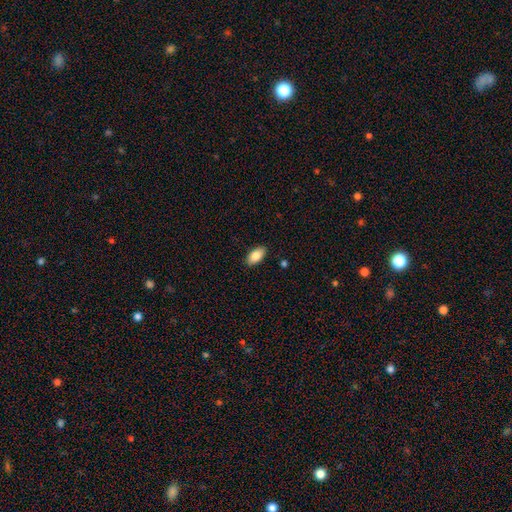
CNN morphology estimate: Smooth or featured?
  - smooth: 85% *
  - featured or disk: 8%
  - star or artifact: 7%
How rounded?
  - in between: 93% *
  - cigar-shaped: 4%
  - round: 3%
Merging?
  - none: 88% *
  - minor disturbance: 9%
  - major disturbance: 2%
  - merger: 1%